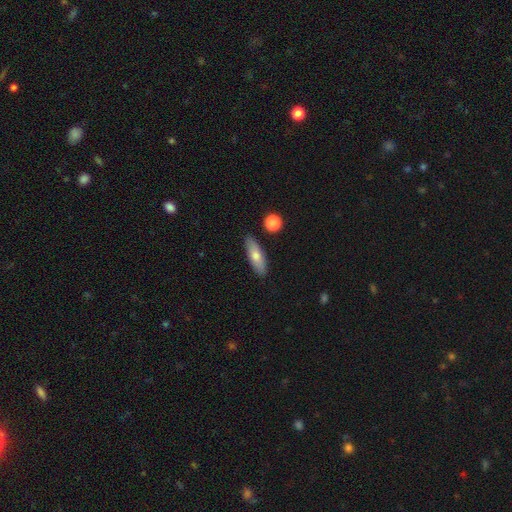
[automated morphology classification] Q: Smooth or featured?
A: smooth (69%); runner-up: featured or disk (25%)
Q: How rounded?
A: in between (53%); runner-up: cigar-shaped (44%)
Q: Merging?
A: none (87%); runner-up: minor disturbance (9%)